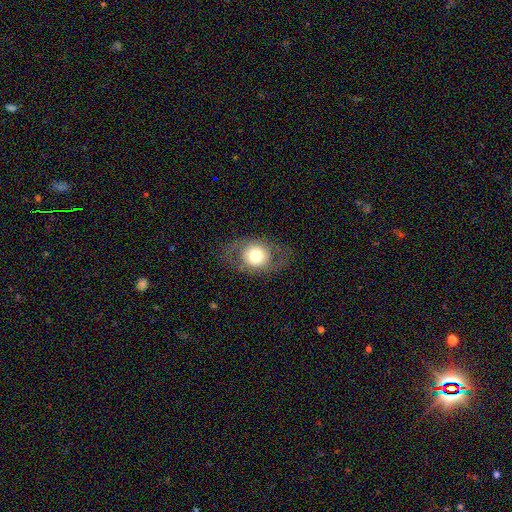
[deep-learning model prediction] smooth-or-featured: smooth: 56% | featured or disk: 37% | star or artifact: 8%
  how-rounded: in between: 50% | round: 49% | cigar-shaped: 1%
  merging: none: 76% | minor disturbance: 13% | major disturbance: 10% | merger: 1%